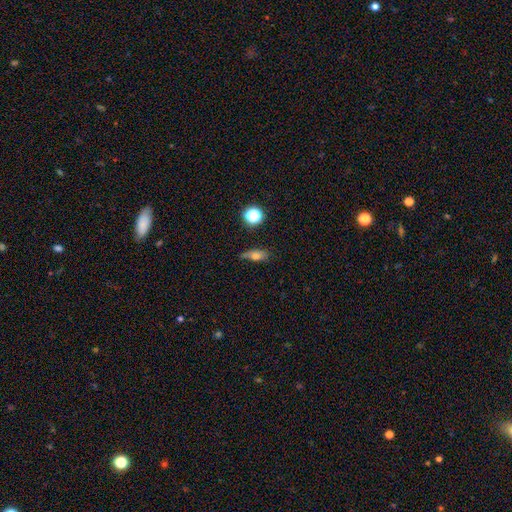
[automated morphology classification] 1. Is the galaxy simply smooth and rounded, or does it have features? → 70% smooth, 17% featured or disk, 13% star or artifact.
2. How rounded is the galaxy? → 70% in between, 19% cigar-shaped, 12% round.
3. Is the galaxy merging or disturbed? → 58% none, 29% minor disturbance, 8% major disturbance, 5% merger.